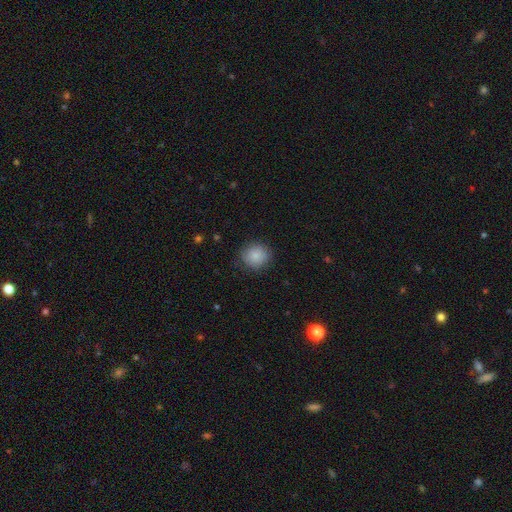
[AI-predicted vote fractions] Q: Smooth or featured?
A: smooth (86%); runner-up: star or artifact (8%)
Q: How rounded?
A: round (88%); runner-up: in between (11%)
Q: Merging?
A: none (83%); runner-up: minor disturbance (13%)